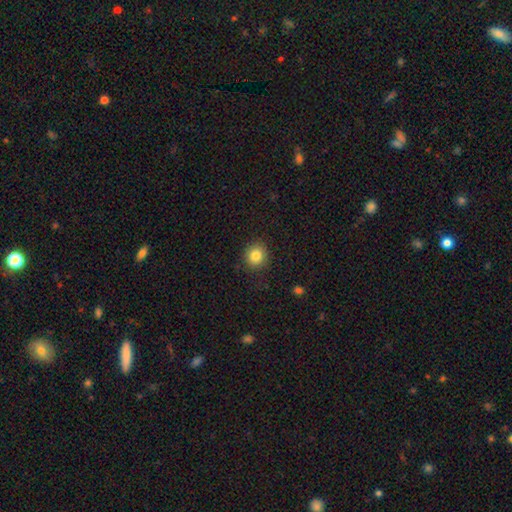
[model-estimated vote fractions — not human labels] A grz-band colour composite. It shows a smooth galaxy with no disk features (83%) that is round (88%). Merging: none (88%).